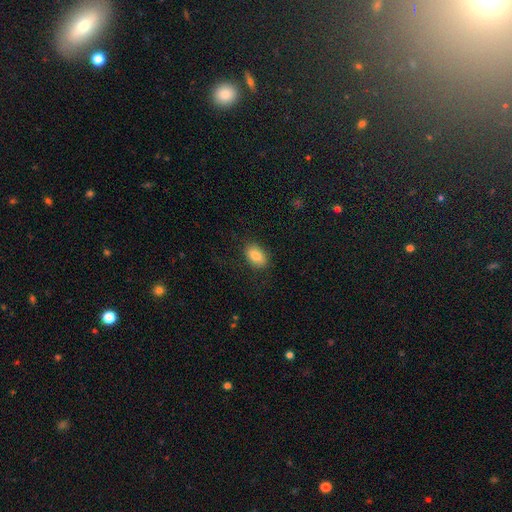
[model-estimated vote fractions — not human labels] Overall: smooth (88%). How rounded: in between (91%). Merging: none (83%).